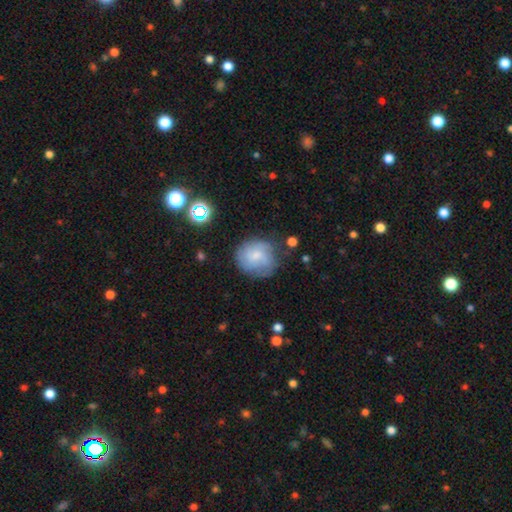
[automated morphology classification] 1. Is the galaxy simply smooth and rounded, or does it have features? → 56% smooth, 34% featured or disk, 10% star or artifact.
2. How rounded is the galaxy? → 82% round, 17% in between, 1% cigar-shaped.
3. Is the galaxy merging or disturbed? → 63% none, 24% minor disturbance, 10% major disturbance, 3% merger.